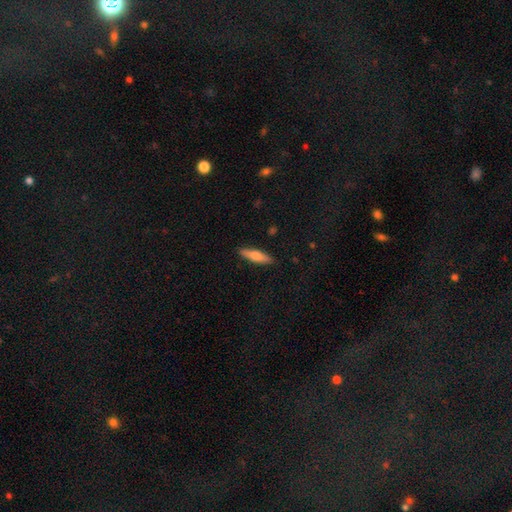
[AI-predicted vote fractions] This appears to be a smooth galaxy with no disk features (64%) that is cigar-shaped (68%). Merging: none (89%).